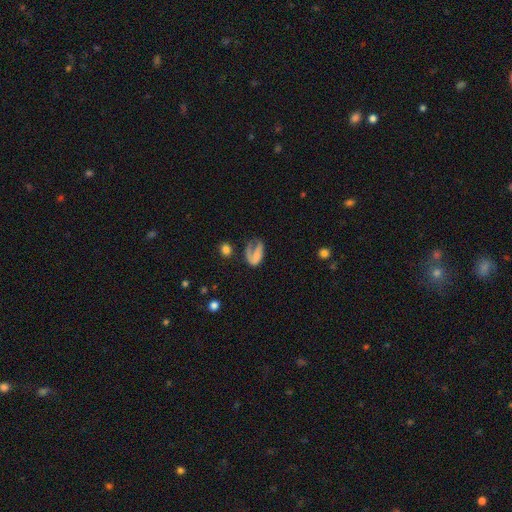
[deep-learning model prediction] smooth_or_featured: smooth (p=0.46) [alt: featured or disk p=0.44]
merging: major disturbance (p=0.47) [alt: none p=0.27]